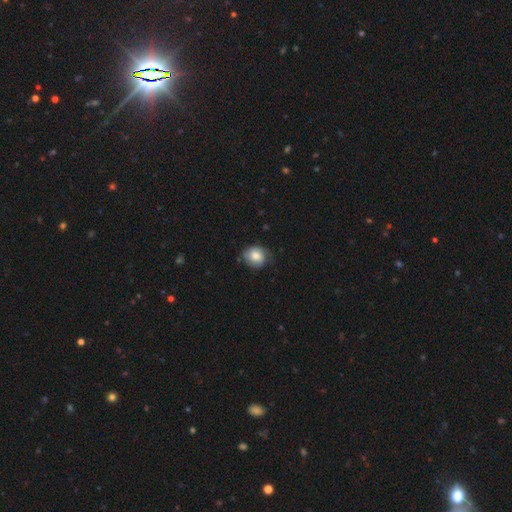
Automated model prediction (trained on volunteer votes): Q: Smooth or featured?
A: smooth (69%); runner-up: featured or disk (23%)
Q: How rounded?
A: round (72%); runner-up: in between (27%)
Q: Merging?
A: none (61%); runner-up: minor disturbance (29%)